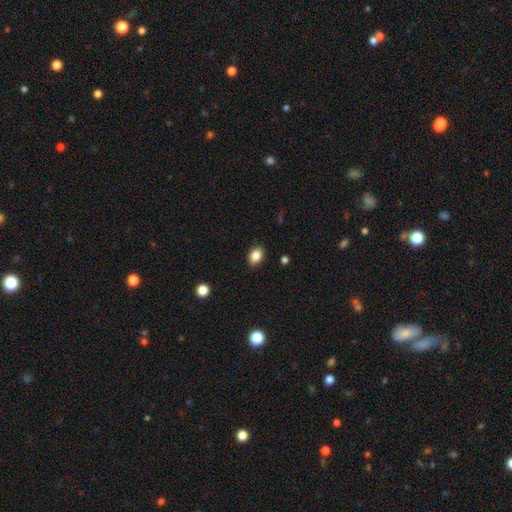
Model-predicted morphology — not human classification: Overall: smooth (86%). How rounded: in between (78%). Merging: none (88%).